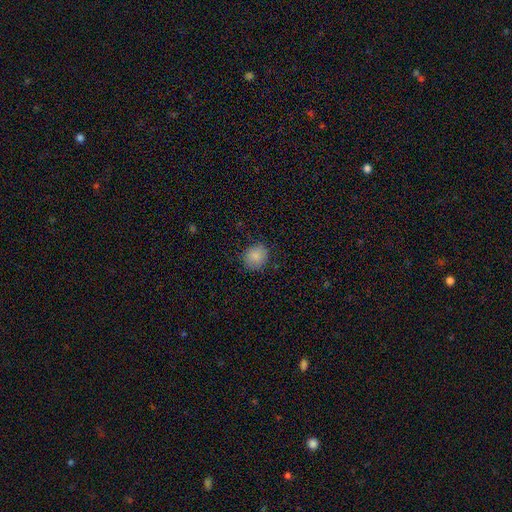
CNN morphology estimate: A smooth galaxy with no disk features (86%) that is round (74%).

Vote fractions:
- Smooth or featured? smooth: 86% / star or artifact: 9% / featured or disk: 5%
- How rounded? round: 74% / in between: 25% / cigar-shaped: 1%
- Merging? none: 83% / minor disturbance: 13% / major disturbance: 3% / merger: 1%